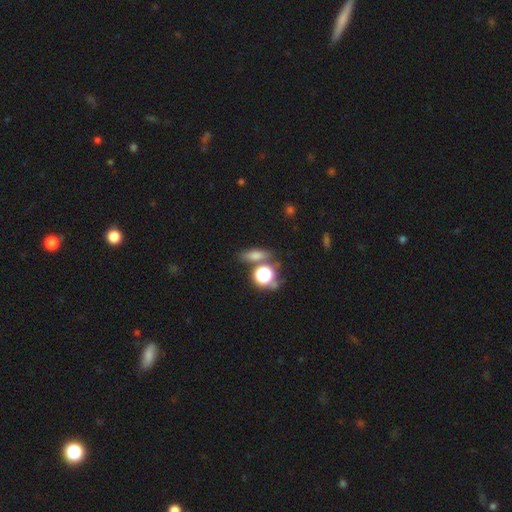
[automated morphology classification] Smooth or featured? Predicted: smooth (p=0.65). How rounded? Predicted: in between (p=0.46). Merging? Predicted: none (p=0.70).